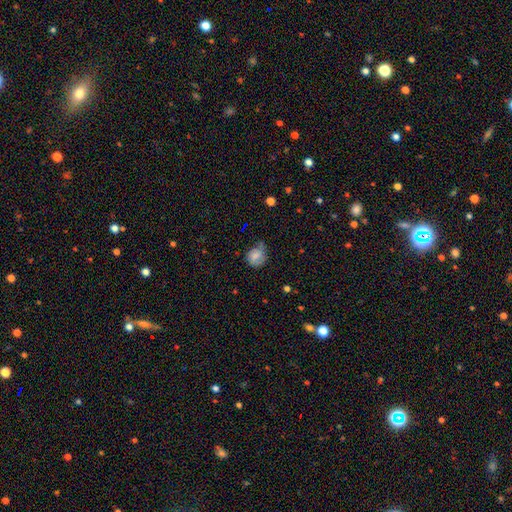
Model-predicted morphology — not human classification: This is likely a smooth galaxy (68%). How rounded: likely round (67%). Merging: marginally none (42%).